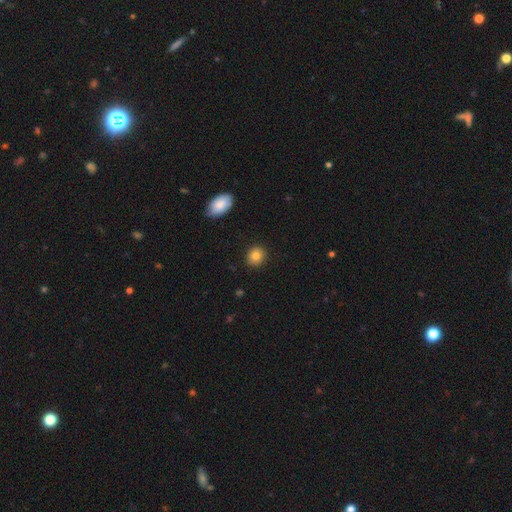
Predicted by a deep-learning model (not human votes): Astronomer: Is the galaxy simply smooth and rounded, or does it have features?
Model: smooth — 84%.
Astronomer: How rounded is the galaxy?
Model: round — 80%.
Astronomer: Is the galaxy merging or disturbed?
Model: none — 90%.